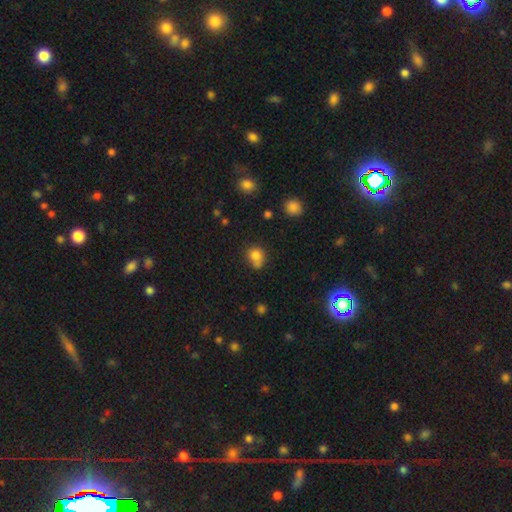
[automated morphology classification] smooth_or_featured: smooth (p=0.79) [alt: star or artifact p=0.12]
how_rounded: round (p=0.75) [alt: in between p=0.24]
merging: none (p=0.47) [alt: merger p=0.30]